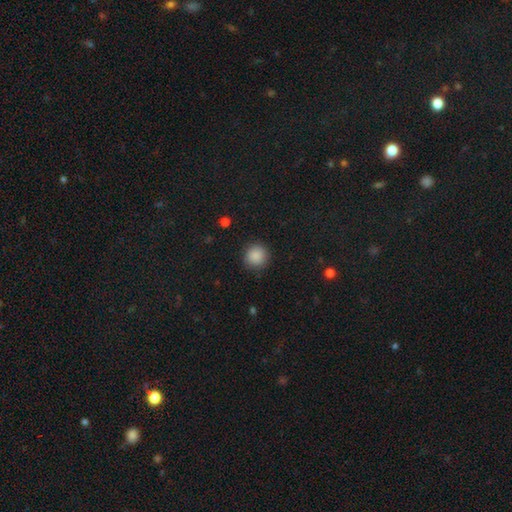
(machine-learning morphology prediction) A smooth galaxy with no disk features (88%) that is round (94%).

Vote fractions:
- Smooth or featured? smooth: 88% / star or artifact: 9% / featured or disk: 3%
- How rounded? round: 94% / in between: 5% / cigar-shaped: 1%
- Merging? none: 89% / minor disturbance: 7% / major disturbance: 3% / merger: 1%